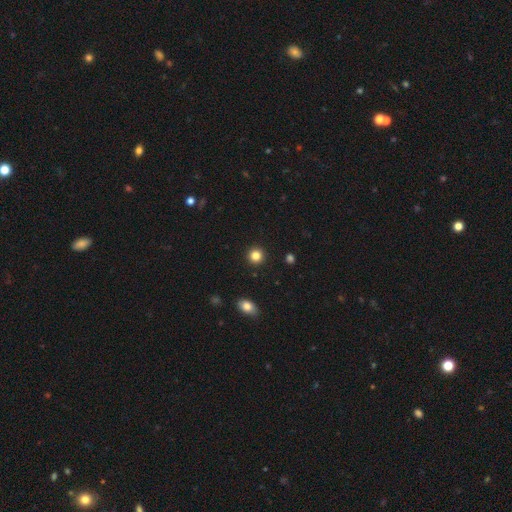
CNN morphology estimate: smooth_or_featured: smooth (p=0.84) [alt: star or artifact p=0.11]
how_rounded: round (p=0.93) [alt: in between p=0.06]
merging: none (p=0.93) [alt: minor disturbance p=0.04]